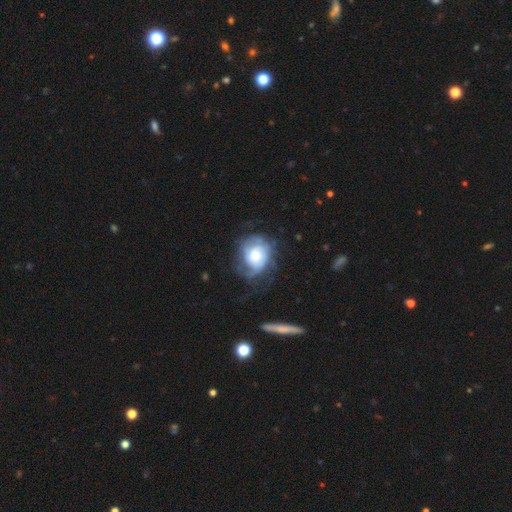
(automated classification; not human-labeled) Smooth or featured? featured or disk (57%)
Edge-on disk? no (97%)
Bar? no (79%)
Spiral arms? yes (76%)
Bulge size? moderate (49%)
Merging? none (51%)